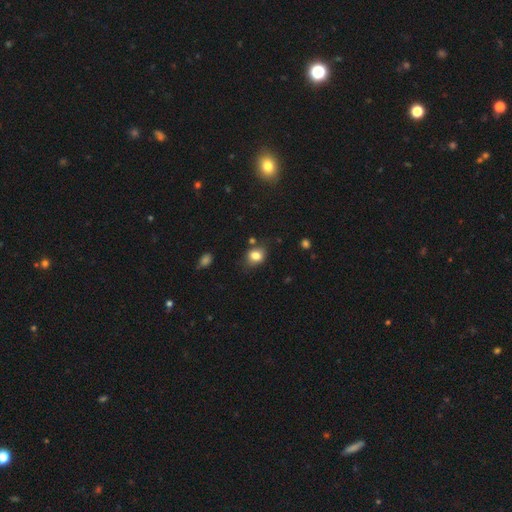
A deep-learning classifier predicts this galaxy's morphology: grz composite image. It shows a smooth galaxy with no disk features (80%) that is round (51%). Merging: none (72%).